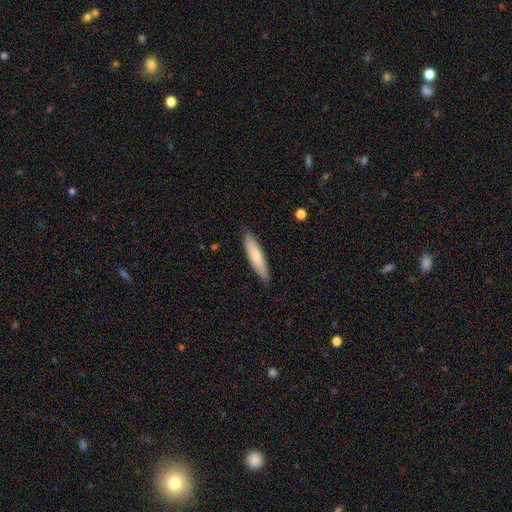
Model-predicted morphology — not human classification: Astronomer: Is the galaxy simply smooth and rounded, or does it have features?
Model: smooth — 70%.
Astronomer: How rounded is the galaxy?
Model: cigar-shaped — 81%.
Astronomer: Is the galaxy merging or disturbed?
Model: none — 88%.